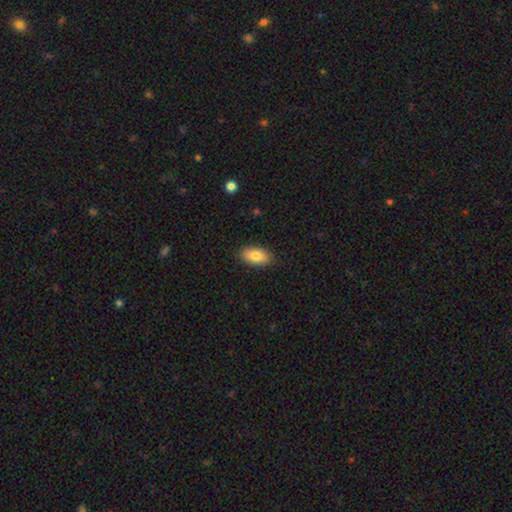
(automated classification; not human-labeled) Smooth or featured? Predicted: smooth (p=0.82). How rounded? Predicted: in between (p=0.92). Merging? Predicted: none (p=0.88).